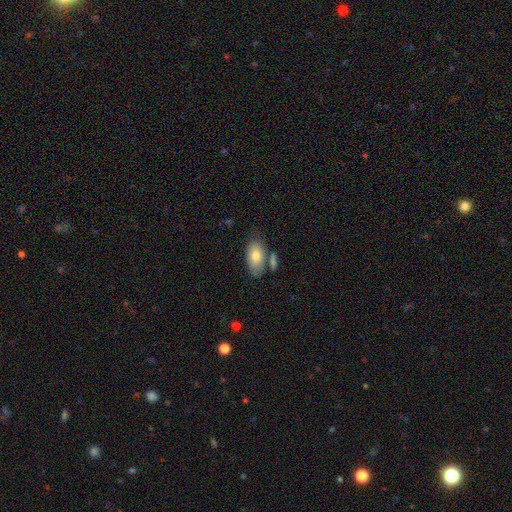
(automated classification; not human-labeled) smooth-or-featured: smooth: 79% | featured or disk: 15% | star or artifact: 6%
  how-rounded: in between: 93% | round: 4% | cigar-shaped: 3%
  merging: none: 59% | minor disturbance: 19% | merger: 17% | major disturbance: 5%